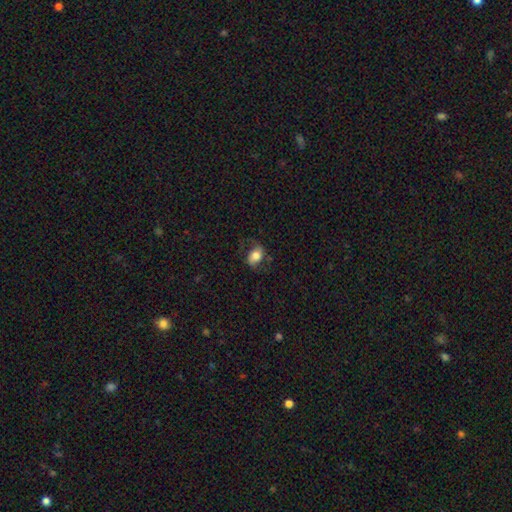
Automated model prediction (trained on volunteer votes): smooth 62%, featured or disk 29%, star or artifact 9%. Down the decision tree: how rounded — in between (80%); merging — none (64%).